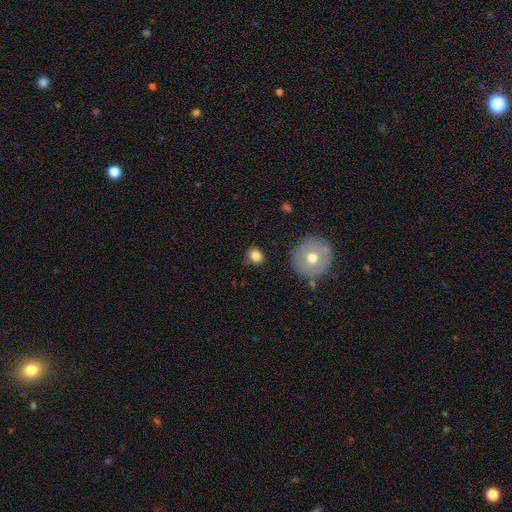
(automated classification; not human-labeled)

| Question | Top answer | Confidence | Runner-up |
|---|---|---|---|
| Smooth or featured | smooth | 81% | star or artifact (10%) |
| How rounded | round | 66% | in between (33%) |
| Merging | none | 83% | minor disturbance (12%) |